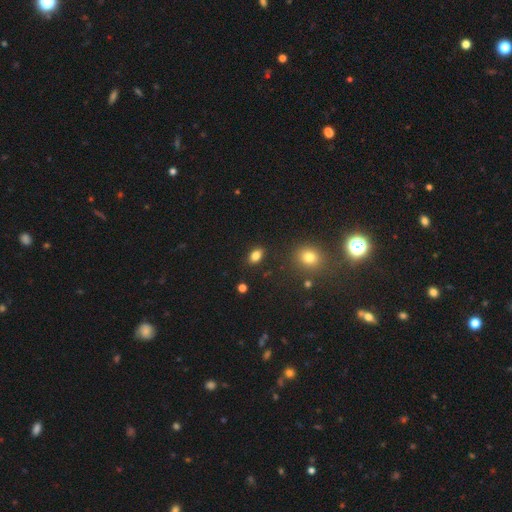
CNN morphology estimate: A smooth galaxy with no disk features (83%) that is in between round and cigar-shaped (83%).

Vote fractions:
- Smooth or featured? smooth: 83% / star or artifact: 11% / featured or disk: 6%
- How rounded? in between: 83% / round: 15% / cigar-shaped: 2%
- Merging? none: 87% / minor disturbance: 9% / major disturbance: 2% / merger: 2%